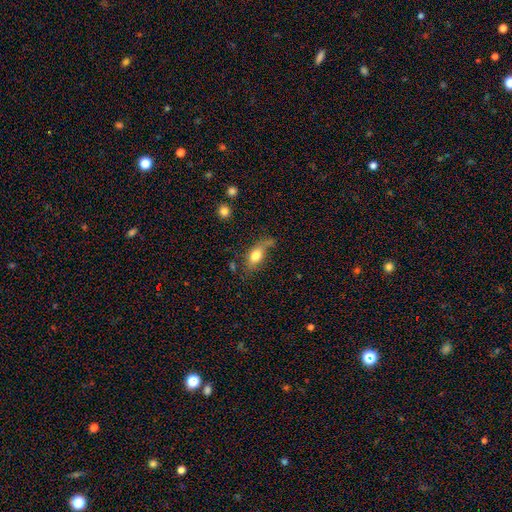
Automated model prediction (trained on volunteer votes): Smooth or featured? Predicted: smooth (p=0.72). How rounded? Predicted: in between (p=0.81). Merging? Predicted: none (p=0.50).